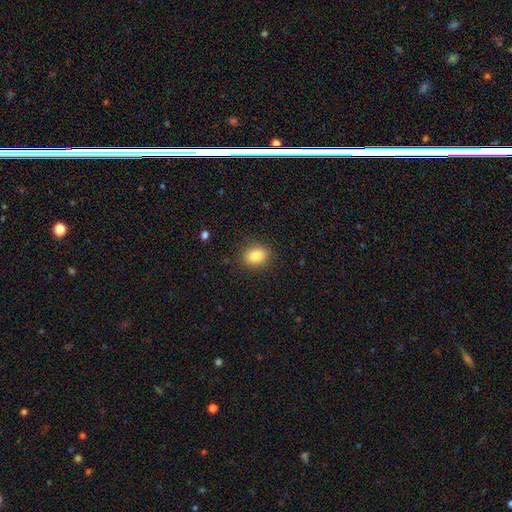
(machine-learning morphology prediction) This is clearly a smooth galaxy (85%). How rounded: possibly in between (54%). Merging: clearly none (86%).